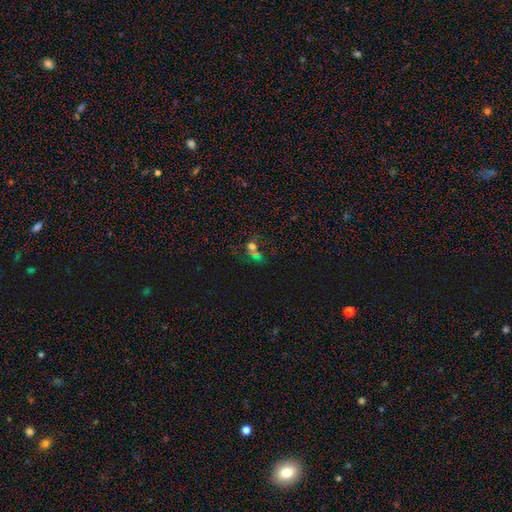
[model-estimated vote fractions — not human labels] The model was most divided on "smooth or featured": star or artifact: 51%, smooth: 35%, featured or disk: 14%.